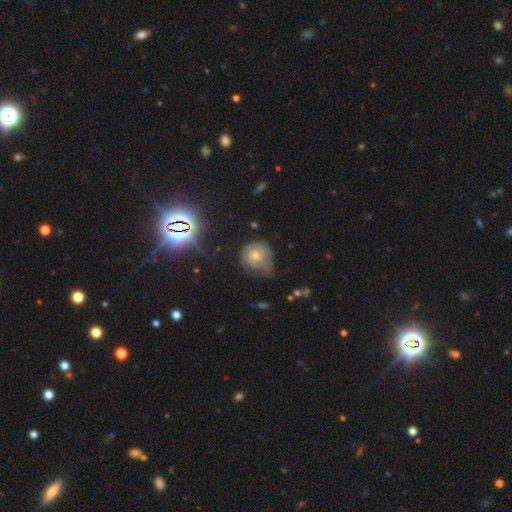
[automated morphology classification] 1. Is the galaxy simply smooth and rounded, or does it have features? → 48% smooth, 40% featured or disk, 12% star or artifact.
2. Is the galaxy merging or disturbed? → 41% none, 35% minor disturbance, 20% major disturbance, 3% merger.